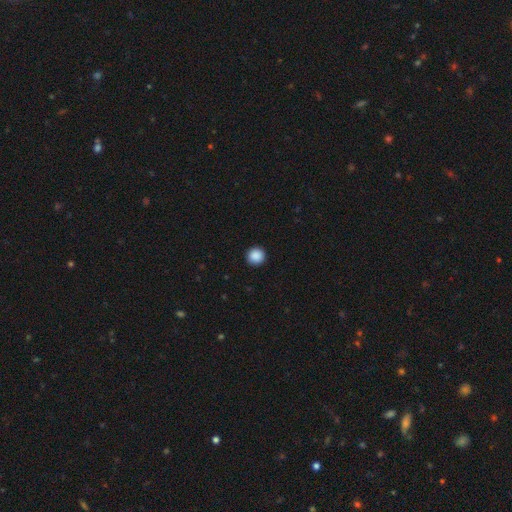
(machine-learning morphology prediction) This is clearly a smooth galaxy (89%). How rounded: clearly round (95%). Merging: clearly none (93%).